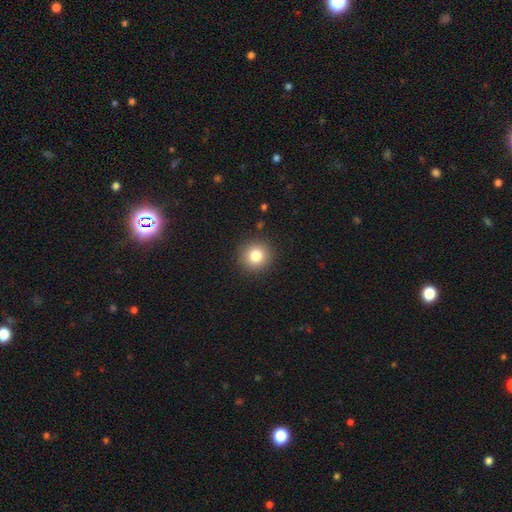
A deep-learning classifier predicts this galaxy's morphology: smooth-or-featured: smooth: 82% | star or artifact: 11% | featured or disk: 7%
  how-rounded: round: 91% | in between: 8% | cigar-shaped: 1%
  merging: none: 91% | minor disturbance: 6% | major disturbance: 2% | merger: 1%